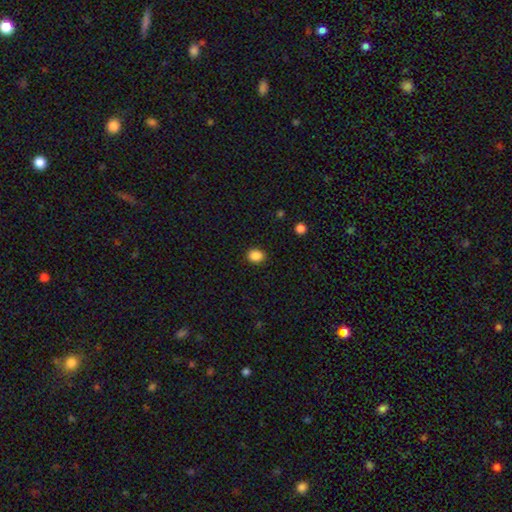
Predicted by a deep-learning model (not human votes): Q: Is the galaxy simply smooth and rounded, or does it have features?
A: smooth — 87%.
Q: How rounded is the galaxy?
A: round — 59%.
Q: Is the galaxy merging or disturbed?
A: none — 90%.